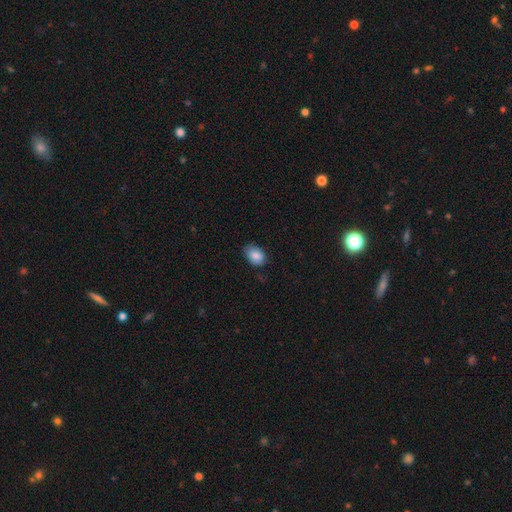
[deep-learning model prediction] A smooth galaxy with no disk features (85%) that is in between round and cigar-shaped (83%). Merging: none (74%).